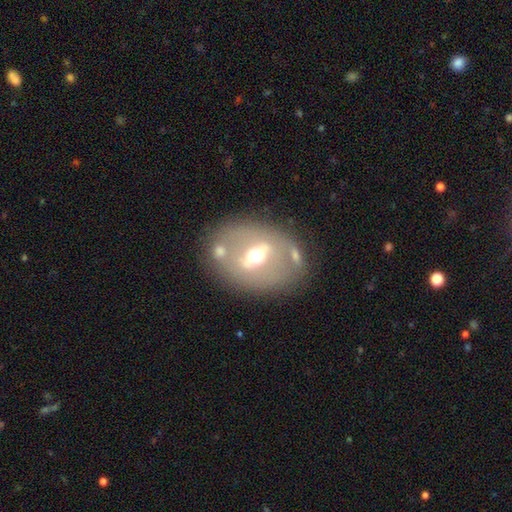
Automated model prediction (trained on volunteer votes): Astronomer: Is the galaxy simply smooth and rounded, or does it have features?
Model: featured or disk — 64%.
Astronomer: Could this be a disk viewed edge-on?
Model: no — 84%.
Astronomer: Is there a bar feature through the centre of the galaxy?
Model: strong — 49% (runner-up: weak, 34%).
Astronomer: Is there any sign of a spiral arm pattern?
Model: no — 86%.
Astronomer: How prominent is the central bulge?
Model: moderate — 73%.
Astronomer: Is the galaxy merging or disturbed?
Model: none — 72%.